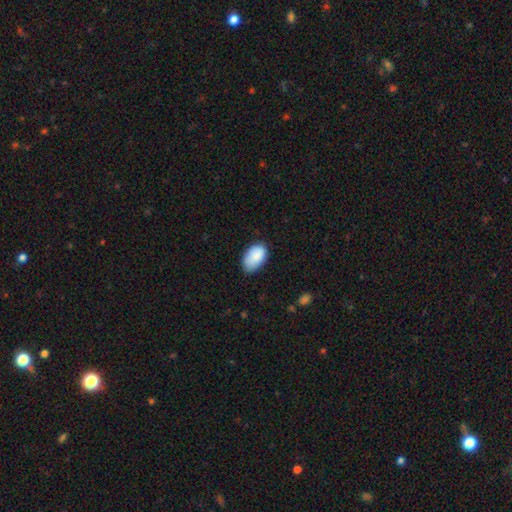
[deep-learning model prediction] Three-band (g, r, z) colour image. It shows a smooth galaxy with no disk features (87%) that is in between round and cigar-shaped (93%). Merging: none (66%).